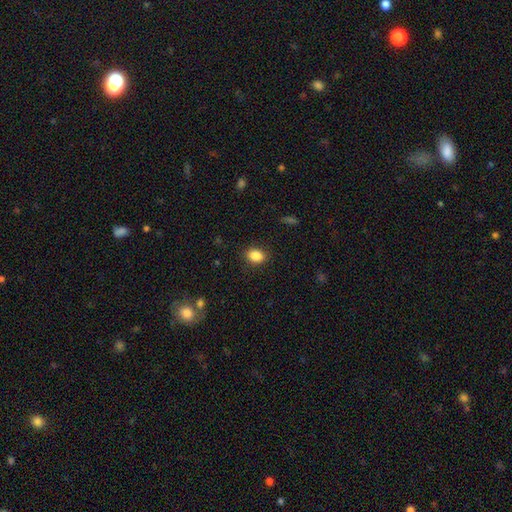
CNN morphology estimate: A smooth galaxy with no disk features (87%) that is in between round and cigar-shaped (66%). Merging: none (87%).